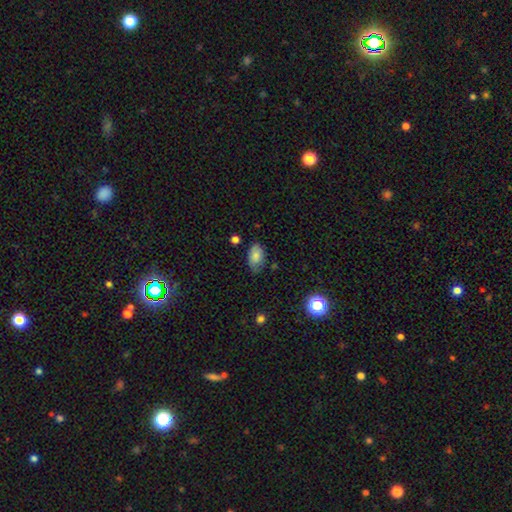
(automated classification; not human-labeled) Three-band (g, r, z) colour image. It shows a smooth galaxy with no disk features (79%) that is in between round and cigar-shaped (91%). Merging: none (67%).